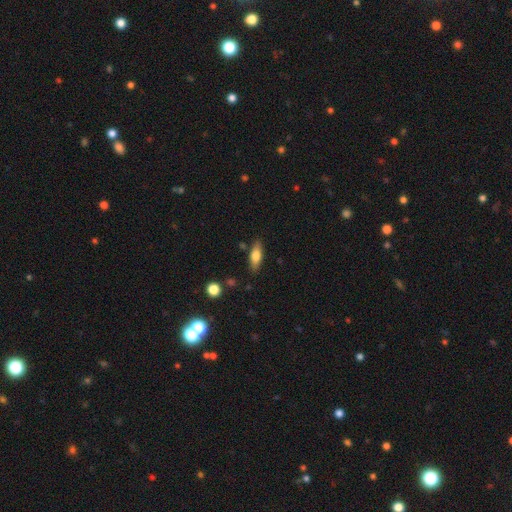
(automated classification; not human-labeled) Q: Smooth or featured?
A: smooth (65%); runner-up: featured or disk (27%)
Q: How rounded?
A: in between (60%); runner-up: cigar-shaped (36%)
Q: Merging?
A: none (82%); runner-up: minor disturbance (12%)